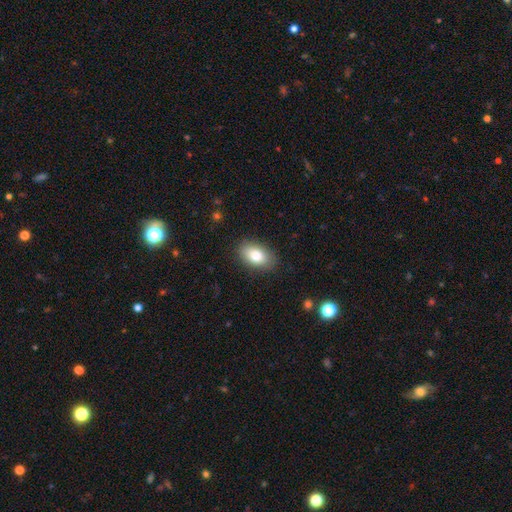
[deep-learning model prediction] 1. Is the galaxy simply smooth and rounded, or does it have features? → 81% smooth, 11% featured or disk, 8% star or artifact.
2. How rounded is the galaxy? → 90% in between, 8% round, 2% cigar-shaped.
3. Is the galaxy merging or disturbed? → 86% none, 10% minor disturbance, 3% major disturbance, 1% merger.